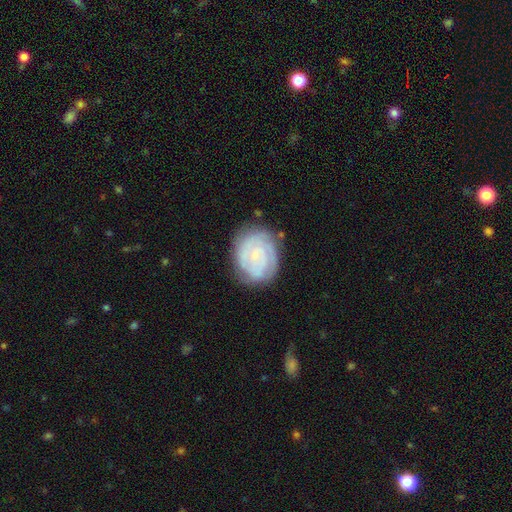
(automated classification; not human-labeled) Smooth or featured? Predicted: featured or disk (p=0.75). Edge-on disk? Predicted: no (p=0.98). Bar? Predicted: no (p=0.72). Spiral arms? Predicted: yes (p=0.93). Spiral winding? Predicted: tight (p=0.76). Spiral arm count? Predicted: can't tell (p=0.35). Bulge size? Predicted: small (p=0.79). Merging? Predicted: none (p=0.76).